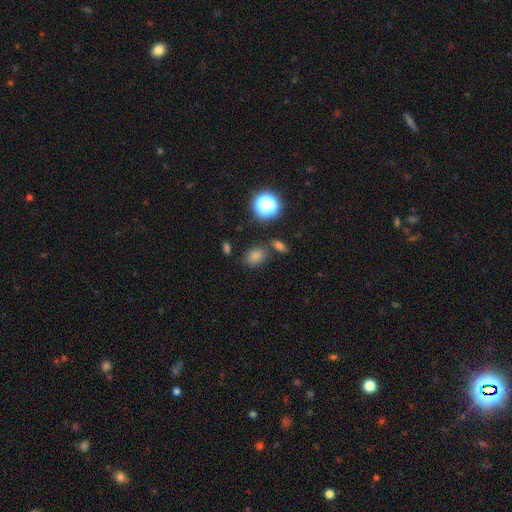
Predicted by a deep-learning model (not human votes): Smooth or featured? Predicted: smooth (p=0.71). How rounded? Predicted: in between (p=0.61). Merging? Predicted: none (p=0.75).